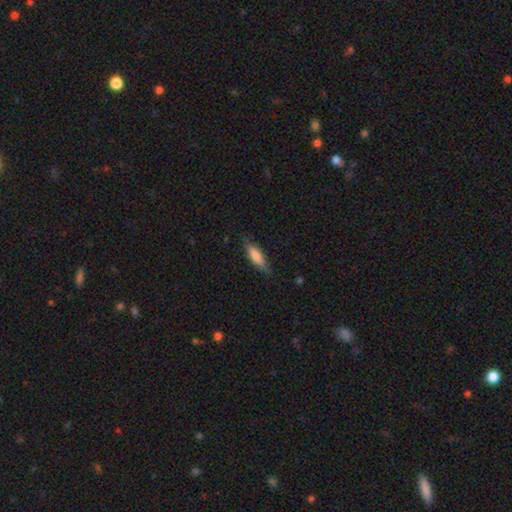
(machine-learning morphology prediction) This is likely a smooth galaxy (74%). How rounded: possibly cigar-shaped (57%). Merging: likely none (79%).